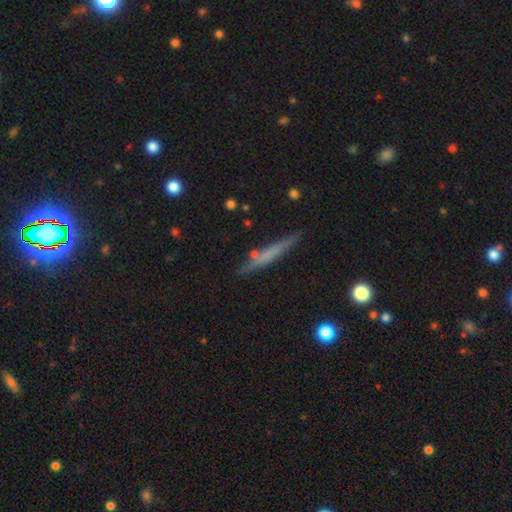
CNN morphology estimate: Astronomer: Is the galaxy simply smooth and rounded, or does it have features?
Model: smooth — 53% (runner-up: featured or disk, 40%).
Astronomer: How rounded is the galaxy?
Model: cigar-shaped — 92%.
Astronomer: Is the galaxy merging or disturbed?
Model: none — 79%.